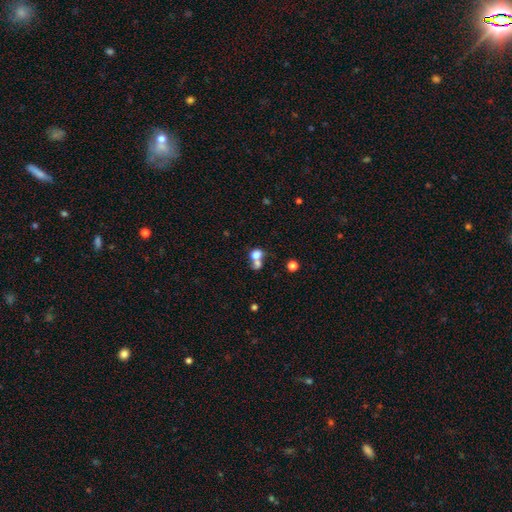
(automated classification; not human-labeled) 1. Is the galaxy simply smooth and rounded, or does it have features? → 74% smooth, 14% featured or disk, 12% star or artifact.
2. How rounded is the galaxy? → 59% round, 39% in between, 1% cigar-shaped.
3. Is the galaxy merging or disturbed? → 62% merger, 26% none, 7% minor disturbance, 6% major disturbance.